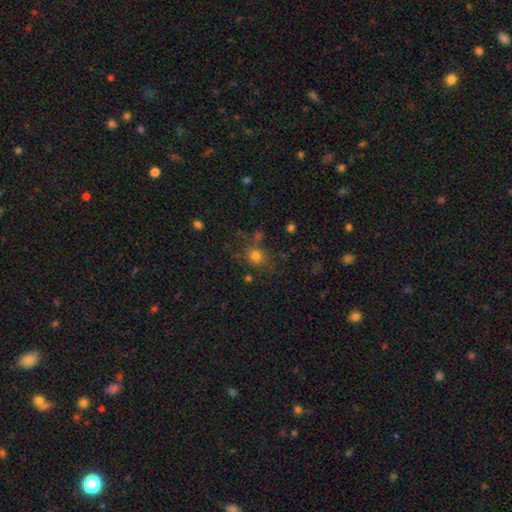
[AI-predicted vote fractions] Smooth or featured: smooth — 76% (star or artifact — 17%)
How rounded: round — 82% (in between — 17%)
Merging: none — 70% (minor disturbance — 14%)